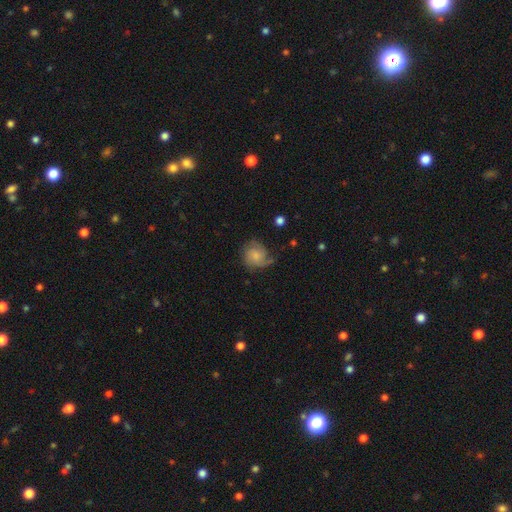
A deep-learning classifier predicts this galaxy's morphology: smooth_or_featured: smooth (p=0.57) [alt: featured or disk p=0.35]
how_rounded: round (p=0.79) [alt: in between p=0.20]
merging: none (p=0.54) [alt: minor disturbance p=0.28]